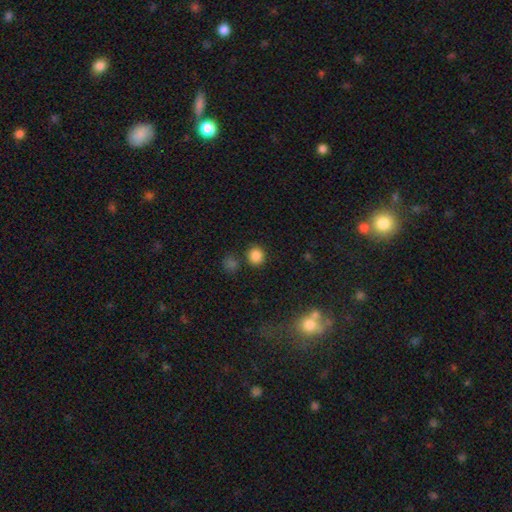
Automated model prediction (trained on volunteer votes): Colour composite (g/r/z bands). It shows a smooth galaxy with no disk features (85%) that is round (87%). Merging: none (80%).